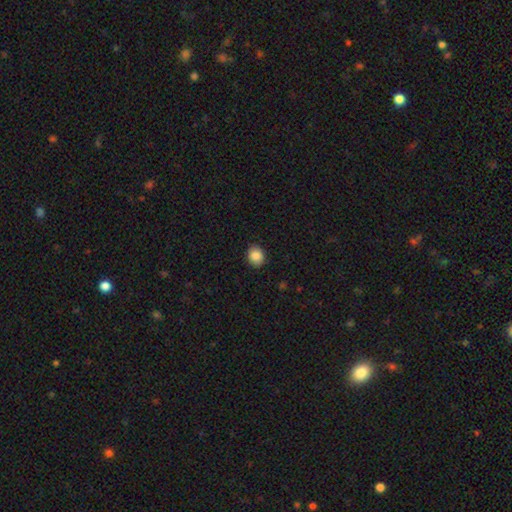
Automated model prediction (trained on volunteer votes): Smooth or featured? smooth (87%)
How rounded? round (63%)
Merging? none (90%)